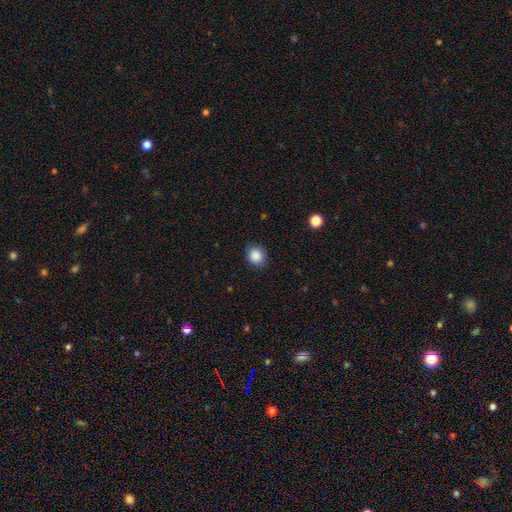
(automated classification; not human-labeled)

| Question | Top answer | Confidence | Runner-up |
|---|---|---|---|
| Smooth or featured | smooth | 87% | star or artifact (10%) |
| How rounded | round | 80% | in between (19%) |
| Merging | none | 88% | minor disturbance (9%) |